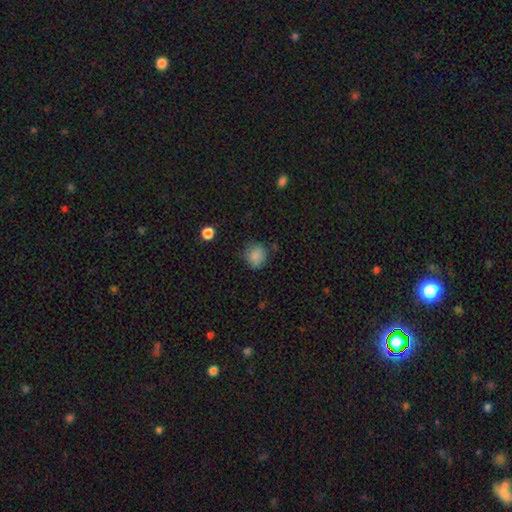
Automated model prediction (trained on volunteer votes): This is clearly a smooth galaxy (84%). How rounded: clearly round (80%). Merging: likely none (71%).